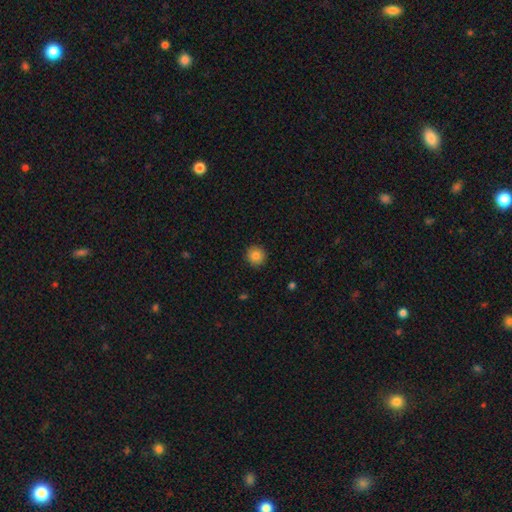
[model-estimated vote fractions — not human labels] Smooth or featured: smooth — 84% (star or artifact — 10%)
How rounded: round — 94% (in between — 5%)
Merging: none — 92% (minor disturbance — 5%)